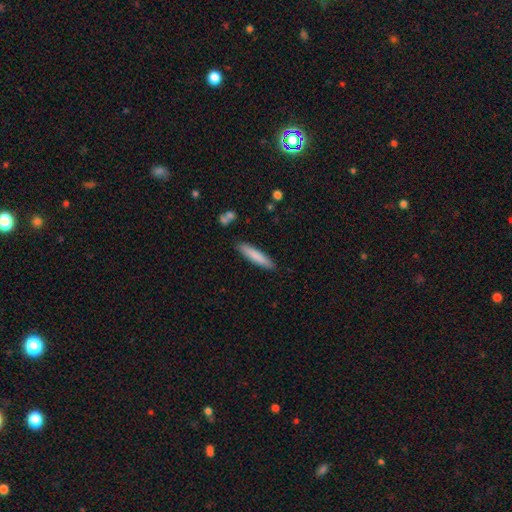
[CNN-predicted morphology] Smooth or featured? Predicted: smooth (p=0.82). How rounded? Predicted: cigar-shaped (p=0.87). Merging? Predicted: none (p=0.88).